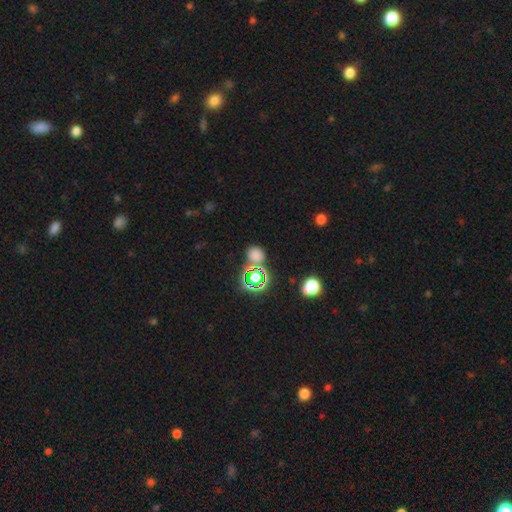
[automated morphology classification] The model was most divided on "smooth or featured": smooth: 60%, star or artifact: 34%, featured or disk: 6%. More confident: how rounded — round (76%); merging — none (72%).